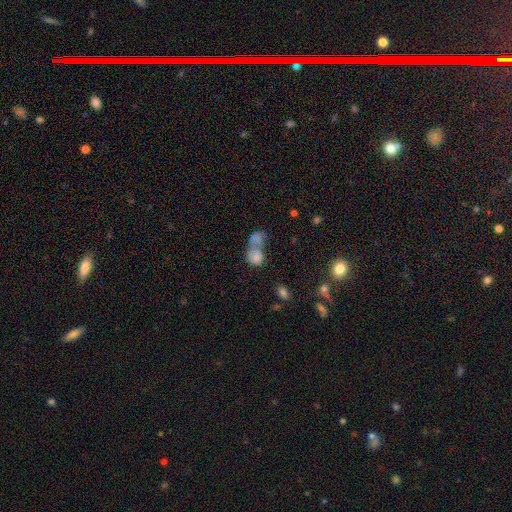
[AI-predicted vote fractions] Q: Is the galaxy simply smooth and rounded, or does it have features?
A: smooth — 71%.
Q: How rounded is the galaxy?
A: in between — 51%.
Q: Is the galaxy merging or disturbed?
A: merger — 68%.